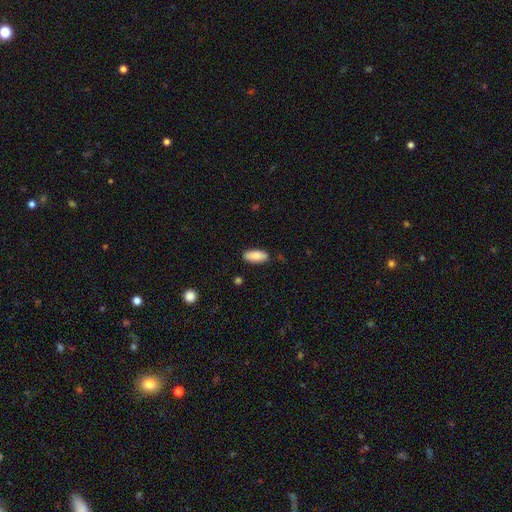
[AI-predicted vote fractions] Morphology: type=smooth (86%); roundness=in between (82%); merging=none (85%).